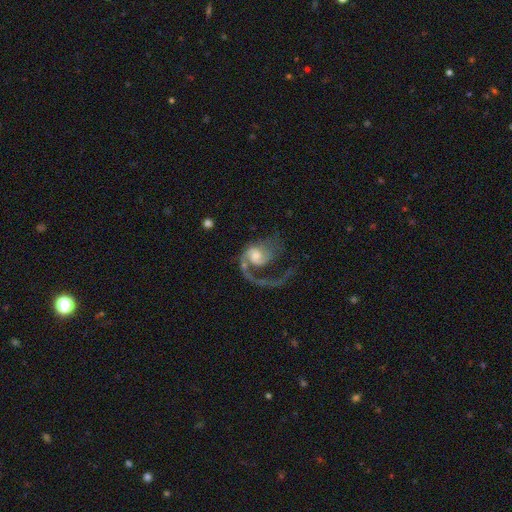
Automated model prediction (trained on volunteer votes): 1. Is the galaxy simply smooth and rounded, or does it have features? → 85% featured or disk, 9% smooth, 5% star or artifact.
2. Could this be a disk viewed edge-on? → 98% no, 2% yes.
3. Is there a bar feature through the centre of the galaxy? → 62% no, 32% weak, 7% strong.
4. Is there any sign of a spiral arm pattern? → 94% yes, 6% no.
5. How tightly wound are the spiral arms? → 47% loose, 39% medium, 14% tight.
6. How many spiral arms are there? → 66% 1, 25% 2, 4% can't tell, 2% 3, 1% 4, 1% more than 4.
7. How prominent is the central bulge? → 51% moderate, 25% small, 16% large, 6% none, 2% dominant.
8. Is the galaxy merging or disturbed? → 46% major disturbance, 36% none, 13% minor disturbance, 5% merger.